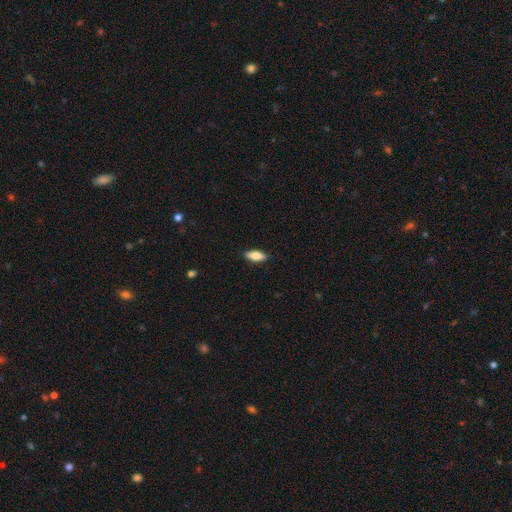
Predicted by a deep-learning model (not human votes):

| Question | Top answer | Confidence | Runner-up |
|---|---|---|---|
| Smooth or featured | smooth | 77% | featured or disk (17%) |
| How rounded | in between | 73% | cigar-shaped (25%) |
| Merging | none | 89% | minor disturbance (9%) |